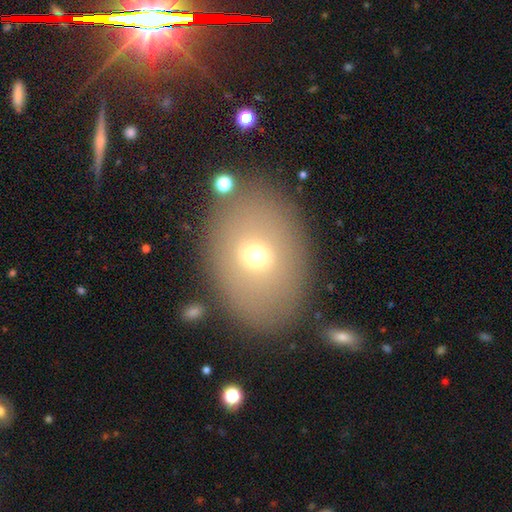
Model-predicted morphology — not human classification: This is likely a smooth galaxy (64%). How rounded: likely in between (67%). Merging: likely none (80%).